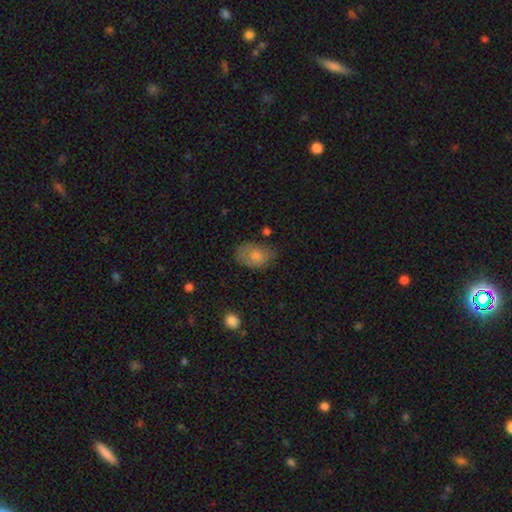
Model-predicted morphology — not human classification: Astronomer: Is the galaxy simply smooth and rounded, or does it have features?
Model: smooth — 68%.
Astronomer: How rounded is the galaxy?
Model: in between — 82%.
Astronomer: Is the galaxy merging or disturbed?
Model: none — 58%.